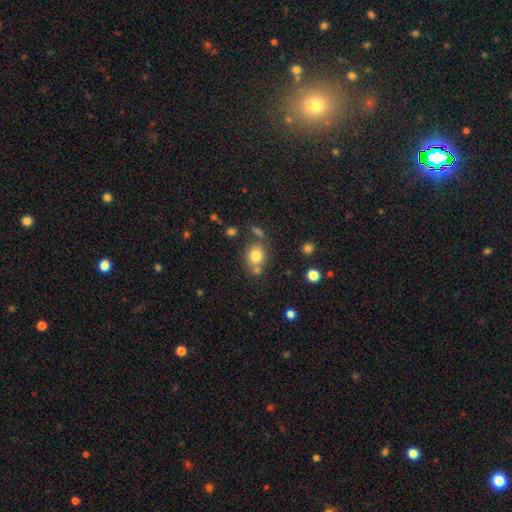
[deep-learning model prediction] Smooth or featured? smooth (79%)
How rounded? round (63%)
Merging? none (64%)